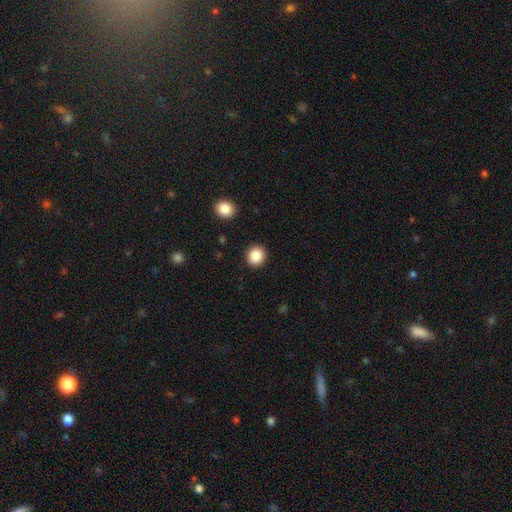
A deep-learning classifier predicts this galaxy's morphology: Q: Smooth or featured?
A: smooth (87%); runner-up: star or artifact (9%)
Q: How rounded?
A: round (86%); runner-up: in between (13%)
Q: Merging?
A: none (91%); runner-up: minor disturbance (5%)